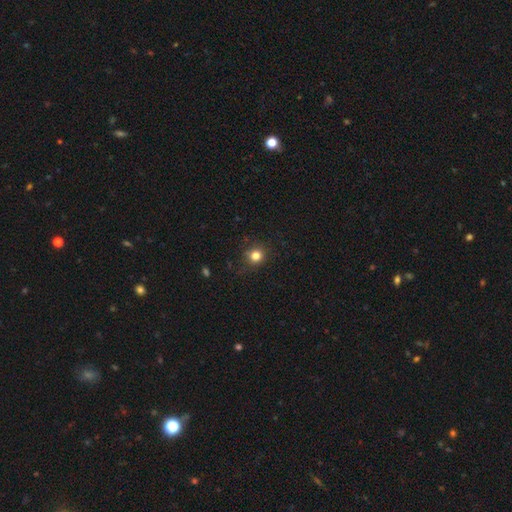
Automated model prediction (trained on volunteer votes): This appears to be a smooth galaxy with no disk features (80%) that is round (85%). Merging: none (81%).